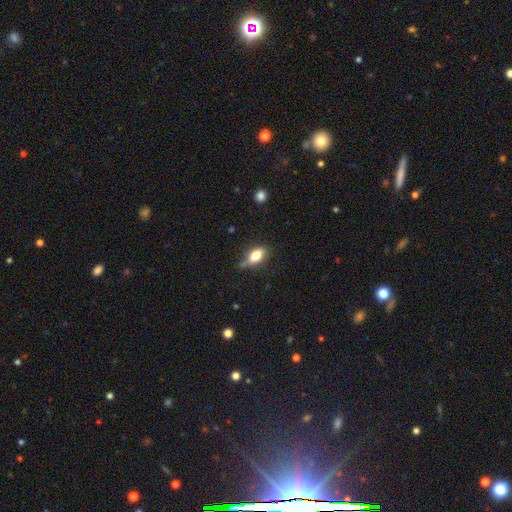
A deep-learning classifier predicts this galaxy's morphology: A smooth galaxy with no disk features (72%) that is in between round and cigar-shaped (82%). Merging: none (61%).